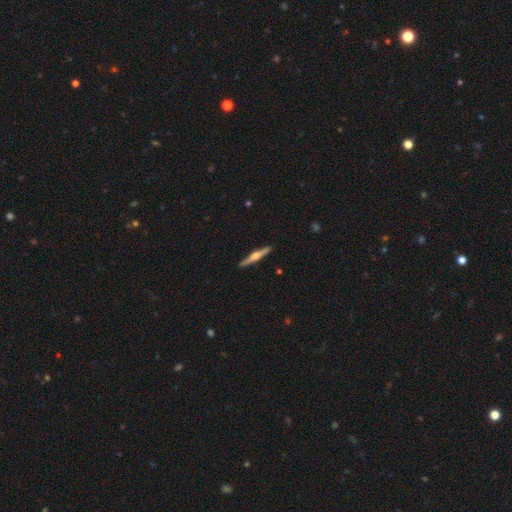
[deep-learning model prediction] Q: Smooth or featured?
A: featured or disk (67%); runner-up: smooth (28%)
Q: Edge-on disk?
A: yes (98%); runner-up: no (2%)
Q: Edge-on bulge?
A: rounded (88%); runner-up: boxy (7%)
Q: Merging?
A: none (91%); runner-up: minor disturbance (7%)